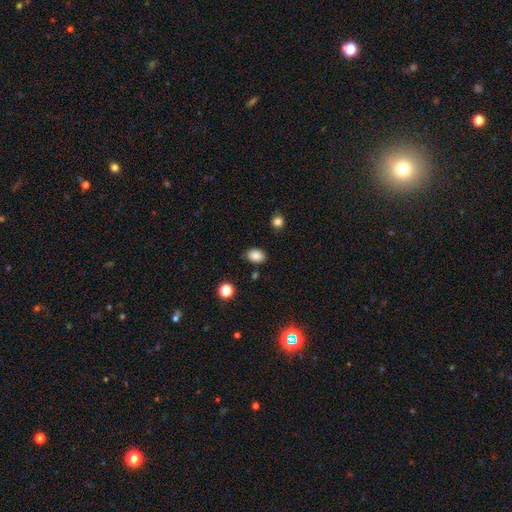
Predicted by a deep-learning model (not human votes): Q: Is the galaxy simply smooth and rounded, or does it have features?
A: smooth — 86%.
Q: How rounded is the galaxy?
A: in between — 79%.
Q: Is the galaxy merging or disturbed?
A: none — 79%.